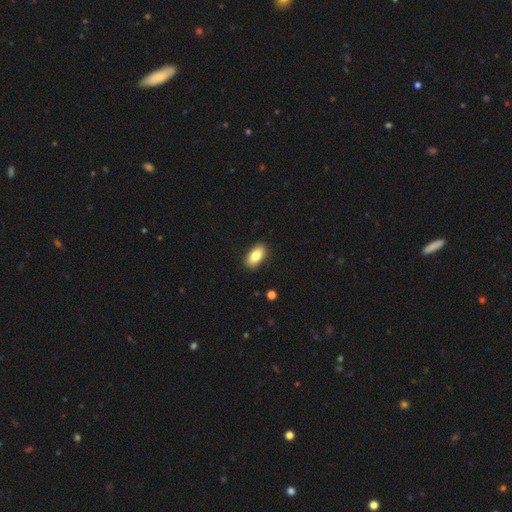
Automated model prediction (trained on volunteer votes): Q: Smooth or featured?
A: smooth (82%); runner-up: featured or disk (11%)
Q: How rounded?
A: in between (91%); runner-up: cigar-shaped (5%)
Q: Merging?
A: none (89%); runner-up: minor disturbance (8%)